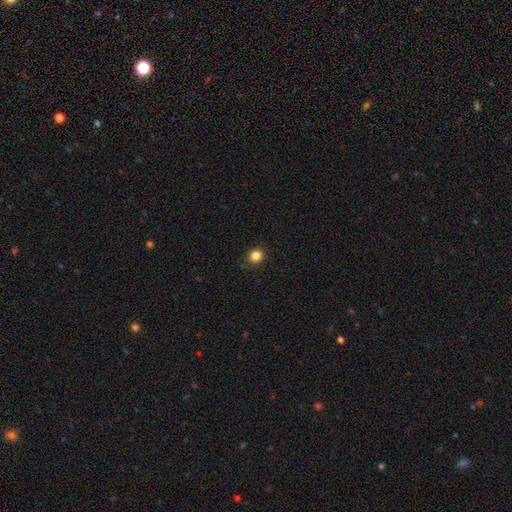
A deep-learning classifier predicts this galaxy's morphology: type=smooth (84%); roundness=round (90%); merging=none (90%).